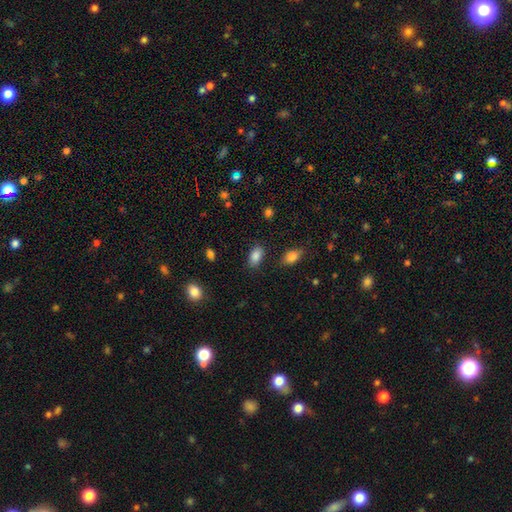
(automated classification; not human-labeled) Smooth or featured?
  - smooth: 86% *
  - star or artifact: 8%
  - featured or disk: 5%
How rounded?
  - in between: 91% *
  - round: 6%
  - cigar-shaped: 2%
Merging?
  - none: 84% *
  - minor disturbance: 11%
  - major disturbance: 3%
  - merger: 2%